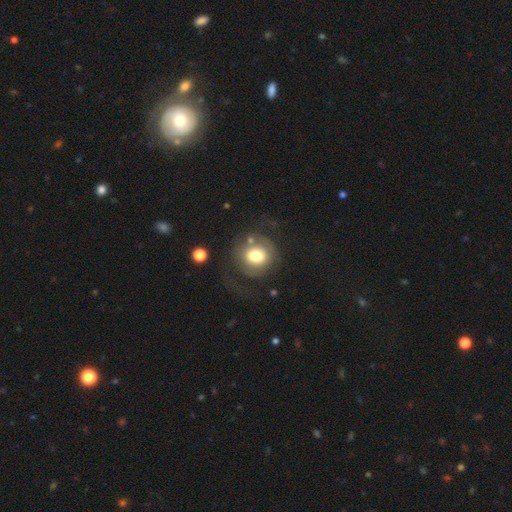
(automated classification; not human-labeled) A smooth galaxy with no disk features (58%) that is round (82%).

Vote fractions:
- Smooth or featured? smooth: 58% / featured or disk: 34% / star or artifact: 8%
- How rounded? round: 82% / in between: 17% / cigar-shaped: 1%
- Merging? none: 53% / major disturbance: 26% / minor disturbance: 17% / merger: 4%